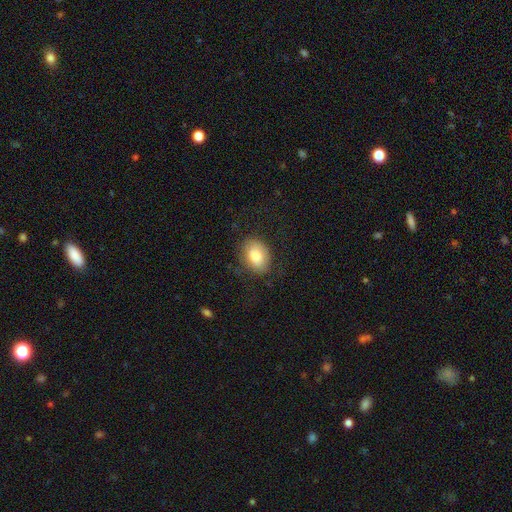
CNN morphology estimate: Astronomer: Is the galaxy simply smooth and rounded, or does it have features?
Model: smooth — 80%.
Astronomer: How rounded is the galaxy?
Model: in between — 80%.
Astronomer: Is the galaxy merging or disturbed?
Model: none — 74%.